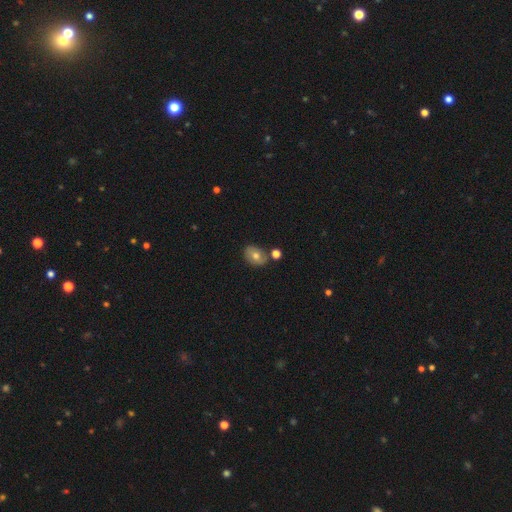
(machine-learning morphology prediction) This is likely a smooth galaxy (63%). How rounded: likely in between (72%). Merging: likely none (71%).